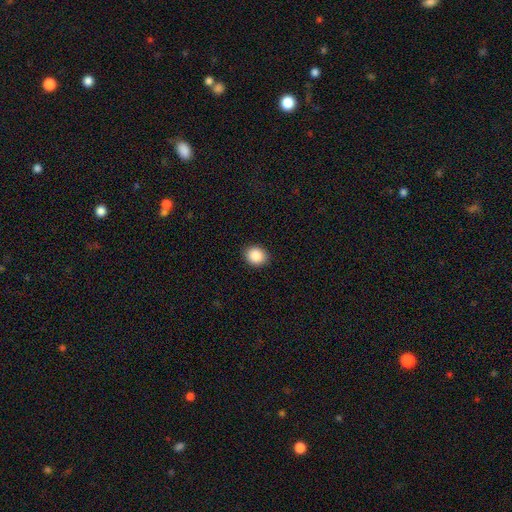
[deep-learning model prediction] Morphology: type=smooth (88%); roundness=round (61%); merging=none (90%).